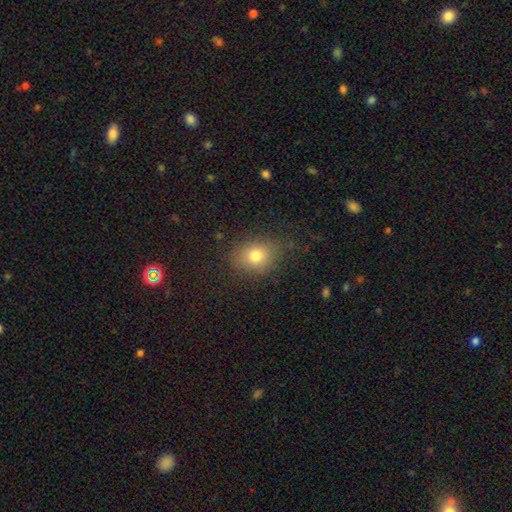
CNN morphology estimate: Smooth or featured?
  - smooth: 78% *
  - star or artifact: 13%
  - featured or disk: 10%
How rounded?
  - in between: 52% *
  - round: 47%
  - cigar-shaped: 1%
Merging?
  - none: 79% *
  - minor disturbance: 15%
  - major disturbance: 5%
  - merger: 1%